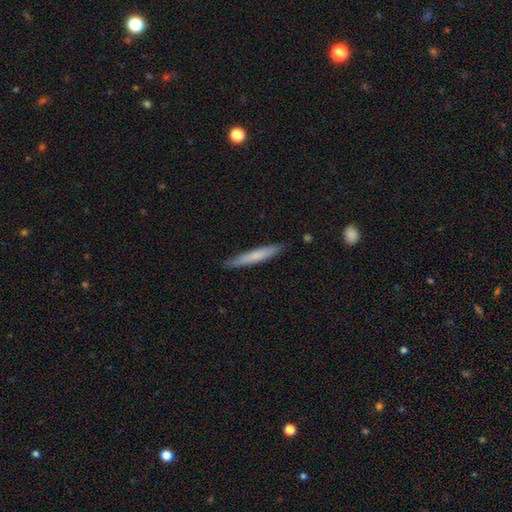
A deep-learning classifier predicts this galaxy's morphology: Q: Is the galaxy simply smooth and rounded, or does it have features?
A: smooth — 66%.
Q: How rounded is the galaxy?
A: cigar-shaped — 95%.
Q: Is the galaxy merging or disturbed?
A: none — 86%.